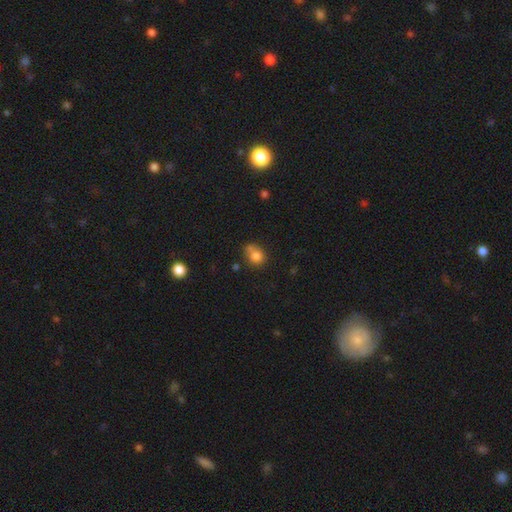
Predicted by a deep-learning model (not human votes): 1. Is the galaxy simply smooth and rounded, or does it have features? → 79% smooth, 12% star or artifact, 10% featured or disk.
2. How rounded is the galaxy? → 67% round, 32% in between, 1% cigar-shaped.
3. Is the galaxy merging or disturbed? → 47% none, 23% merger, 22% minor disturbance, 8% major disturbance.